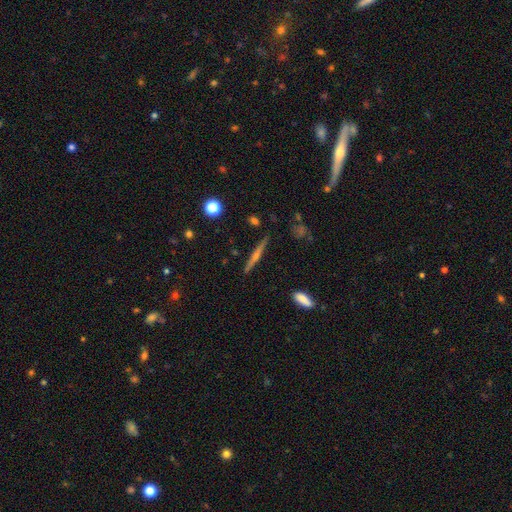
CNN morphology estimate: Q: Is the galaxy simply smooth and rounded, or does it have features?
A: featured or disk — 69%.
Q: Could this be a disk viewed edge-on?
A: yes — 98%.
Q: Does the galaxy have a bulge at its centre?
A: rounded — 79%.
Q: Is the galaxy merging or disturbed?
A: none — 90%.